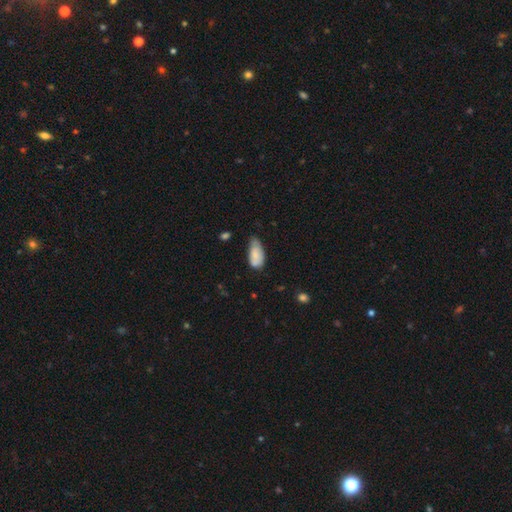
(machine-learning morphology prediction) A smooth galaxy with no disk features (79%) that is in between round and cigar-shaped (91%).

Vote fractions:
- Smooth or featured? smooth: 79% / featured or disk: 14% / star or artifact: 7%
- How rounded? in between: 91% / cigar-shaped: 7% / round: 3%
- Merging? minor disturbance: 45% / none: 39% / major disturbance: 12% / merger: 4%